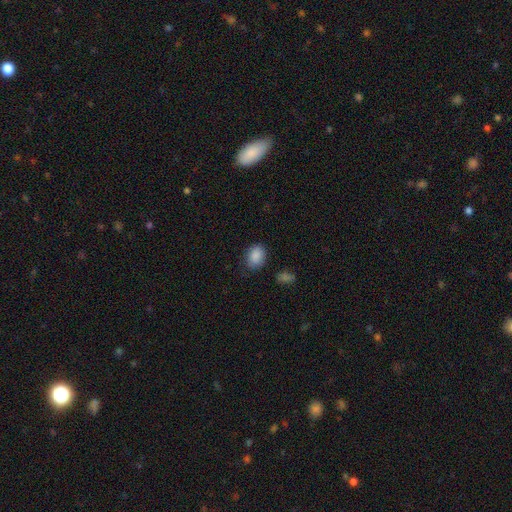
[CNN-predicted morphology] smooth_or_featured: smooth (p=0.88) [alt: star or artifact p=0.08]
how_rounded: in between (p=0.68) [alt: round p=0.31]
merging: none (p=0.79) [alt: minor disturbance p=0.15]